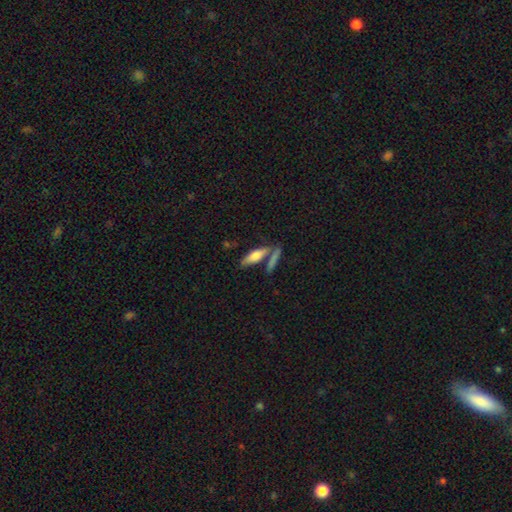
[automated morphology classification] The model was most divided on "how rounded": cigar-shaped: 59%, in between: 38%, round: 3%. More confident: smooth or featured — smooth (64%); merging — none (62%).